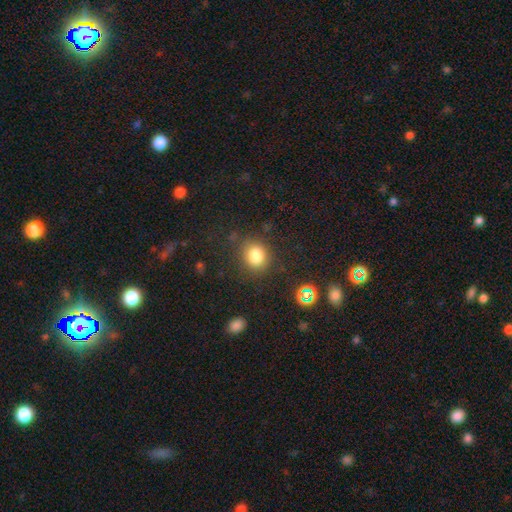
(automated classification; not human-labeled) Smooth or featured: smooth — 81% (star or artifact — 13%)
How rounded: round — 72% (in between — 27%)
Merging: none — 80% (minor disturbance — 12%)